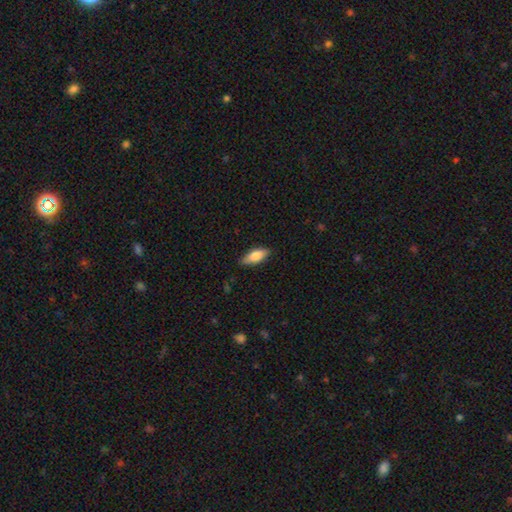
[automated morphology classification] A smooth galaxy with no disk features (75%) that is in between round and cigar-shaped (73%).

Vote fractions:
- Smooth or featured? smooth: 75% / featured or disk: 19% / star or artifact: 6%
- How rounded? in between: 73% / cigar-shaped: 24% / round: 2%
- Merging? none: 84% / minor disturbance: 13% / major disturbance: 2% / merger: 1%